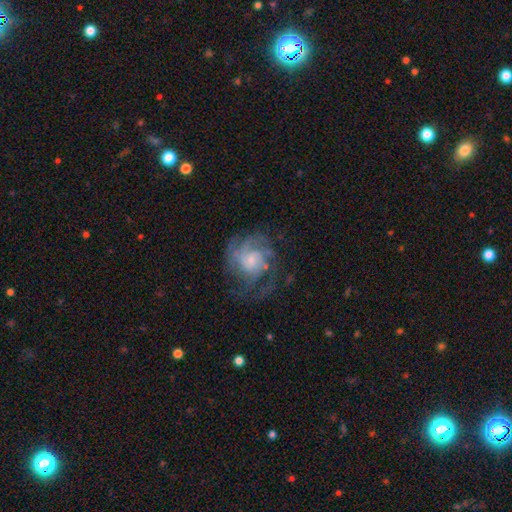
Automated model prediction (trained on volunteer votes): Morphology: type=featured or disk (77%); edge-on=no (98%); bar=no (67%); spiral arms=yes (90%); winding=tight (45%); arm count=can't tell (36%); bulge=small (47%); merging=none (57%).